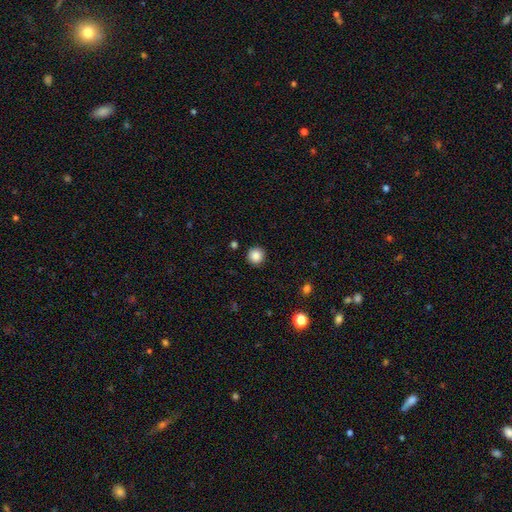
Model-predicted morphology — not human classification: A smooth galaxy with no disk features (87%) that is round (95%). Merging: none (92%).